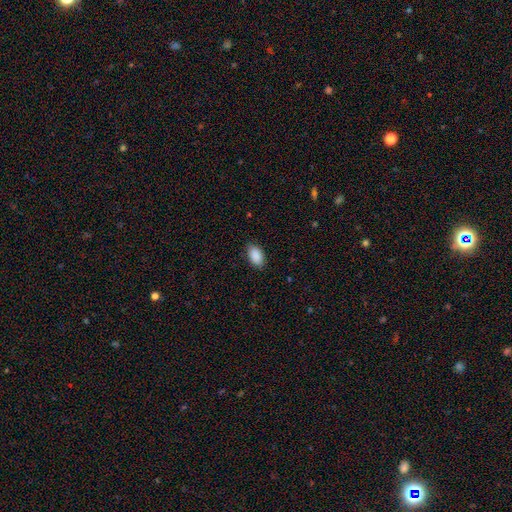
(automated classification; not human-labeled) Smooth or featured?
  - smooth: 90% *
  - star or artifact: 7%
  - featured or disk: 3%
How rounded?
  - in between: 93% *
  - round: 5%
  - cigar-shaped: 2%
Merging?
  - none: 85% *
  - minor disturbance: 11%
  - major disturbance: 3%
  - merger: 1%